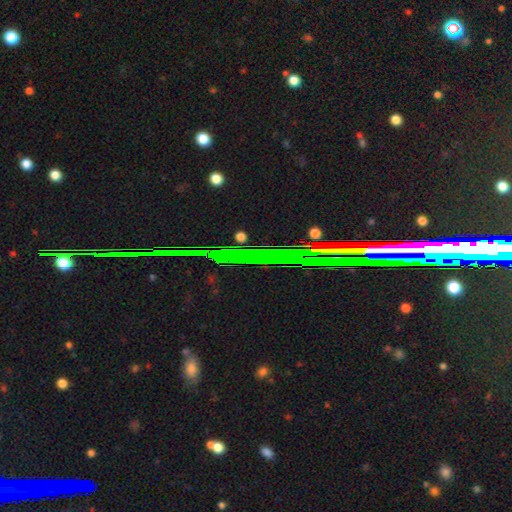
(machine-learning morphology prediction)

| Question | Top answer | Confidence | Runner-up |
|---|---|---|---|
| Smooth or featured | star or artifact | 77% | featured or disk (14%) |